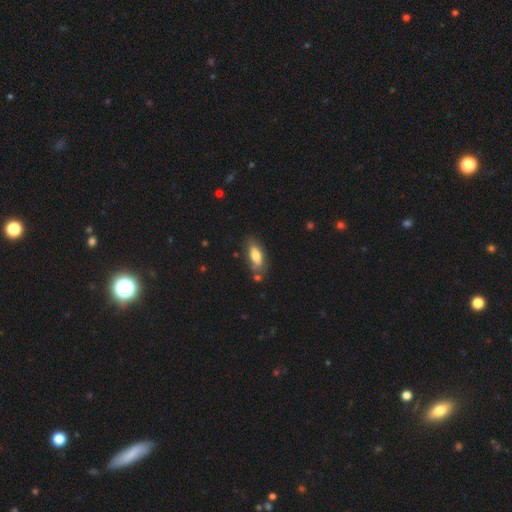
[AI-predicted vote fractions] A smooth galaxy with no disk features (65%) that is in between round and cigar-shaped (81%).

Vote fractions:
- Smooth or featured? smooth: 65% / featured or disk: 28% / star or artifact: 6%
- How rounded? in between: 81% / cigar-shaped: 16% / round: 3%
- Merging? none: 63% / minor disturbance: 22% / merger: 9% / major disturbance: 6%